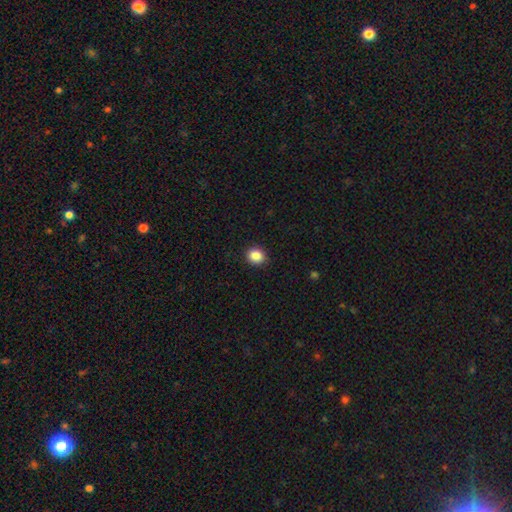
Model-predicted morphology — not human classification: This is clearly a smooth galaxy (87%). How rounded: likely round (72%). Merging: clearly none (90%).